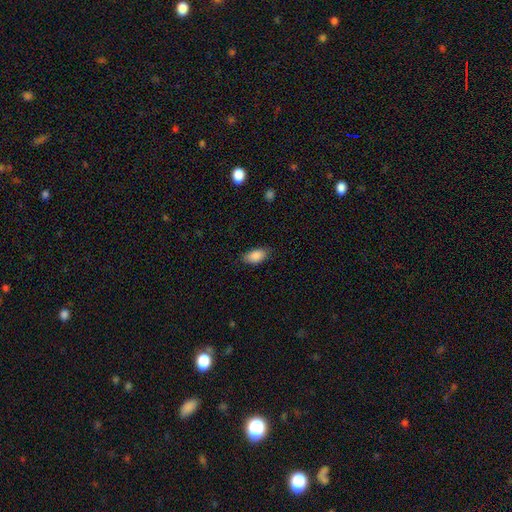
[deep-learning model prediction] Q: Smooth or featured?
A: smooth (88%); runner-up: star or artifact (7%)
Q: How rounded?
A: in between (92%); runner-up: round (5%)
Q: Merging?
A: none (80%); runner-up: minor disturbance (16%)